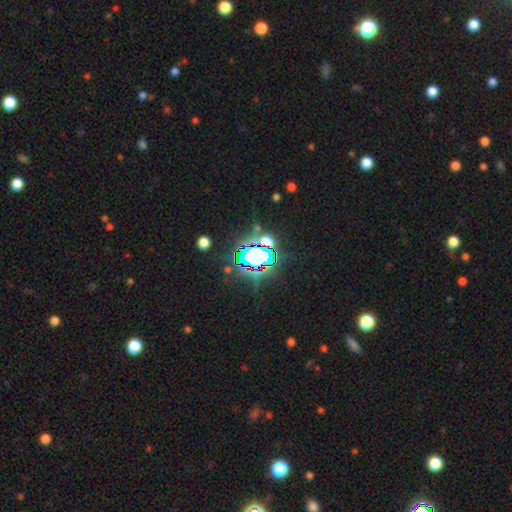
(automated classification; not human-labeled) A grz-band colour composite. It shows a star or artifact, not a galaxy (82%).